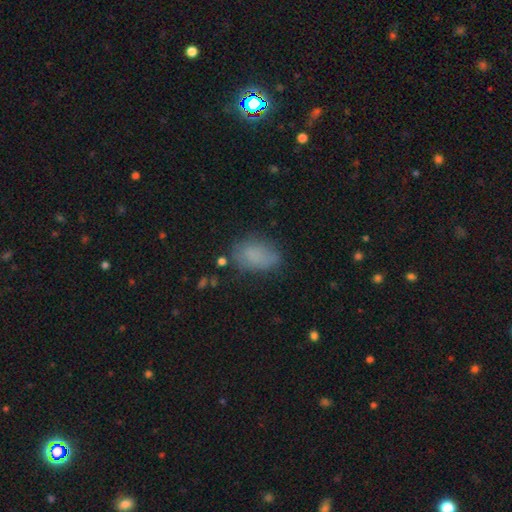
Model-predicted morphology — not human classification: This appears to be a smooth galaxy with no disk features (80%) that is in between round and cigar-shaped (87%). Merging: none (67%).